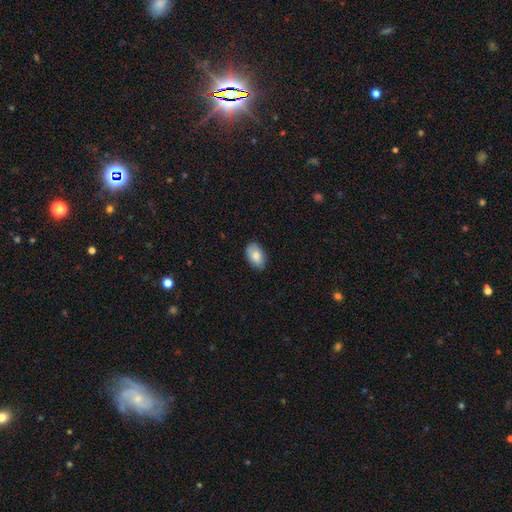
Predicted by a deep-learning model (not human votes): A smooth galaxy with no disk features (81%) that is in between round and cigar-shaped (92%).

Vote fractions:
- Smooth or featured? smooth: 81% / featured or disk: 13% / star or artifact: 6%
- How rounded? in between: 92% / round: 6% / cigar-shaped: 1%
- Merging? none: 84% / minor disturbance: 13% / major disturbance: 2% / merger: 1%